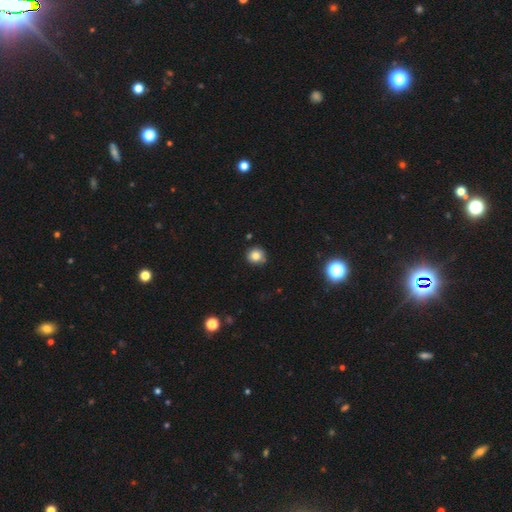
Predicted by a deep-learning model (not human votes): smooth_or_featured: smooth (p=0.81) [alt: star or artifact p=0.11]
how_rounded: round (p=0.89) [alt: in between p=0.10]
merging: none (p=0.81) [alt: minor disturbance p=0.14]